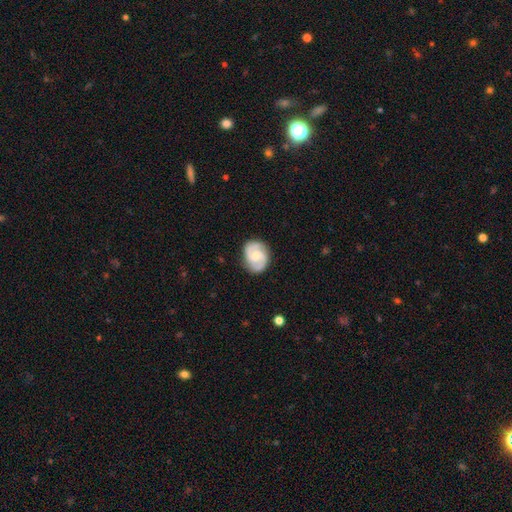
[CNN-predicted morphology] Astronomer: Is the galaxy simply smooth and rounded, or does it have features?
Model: featured or disk — 81%.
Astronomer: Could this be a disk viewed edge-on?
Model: no — 98%.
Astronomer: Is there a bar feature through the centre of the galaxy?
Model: no — 48% (runner-up: weak, 44%).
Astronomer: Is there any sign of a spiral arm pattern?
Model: yes — 96%.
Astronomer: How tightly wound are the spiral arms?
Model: medium — 51% (runner-up: tight, 36%).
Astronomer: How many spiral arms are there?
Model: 2 — 91%.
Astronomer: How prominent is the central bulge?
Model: moderate — 51% (runner-up: small, 40%).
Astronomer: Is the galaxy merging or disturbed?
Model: none — 84%.